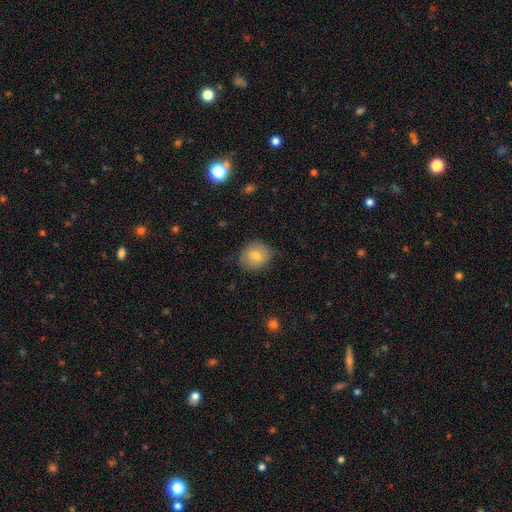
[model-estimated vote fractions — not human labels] smooth 70%, featured or disk 20%, star or artifact 10%. Down the decision tree: how rounded — round (82%); merging — none (80%).